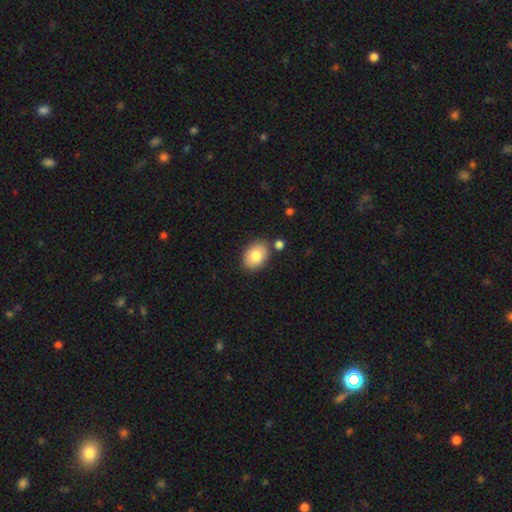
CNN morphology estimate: smooth_or_featured: smooth (p=0.82) [alt: featured or disk p=0.11]
how_rounded: in between (p=0.81) [alt: round p=0.17]
merging: none (p=0.80) [alt: minor disturbance p=0.11]